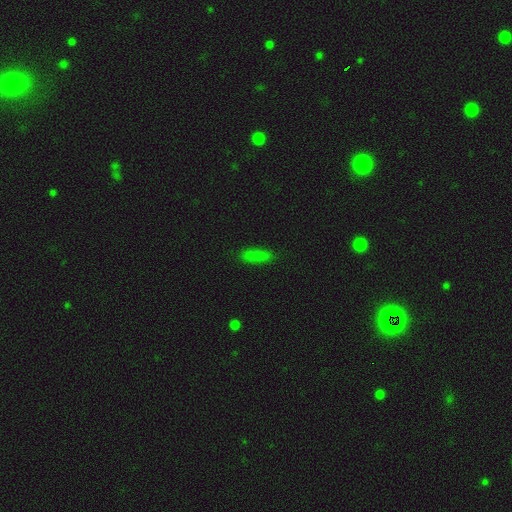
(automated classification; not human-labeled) Smooth or featured: smooth — 80% (star or artifact — 13%)
How rounded: in between — 49% (cigar-shaped — 48%)
Merging: none — 83% (minor disturbance — 12%)